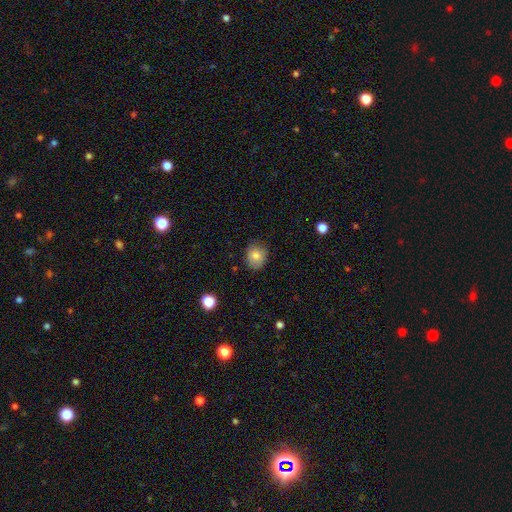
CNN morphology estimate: Overall: smooth (79%). How rounded: round (62%; in between 37%). Merging: none (80%).